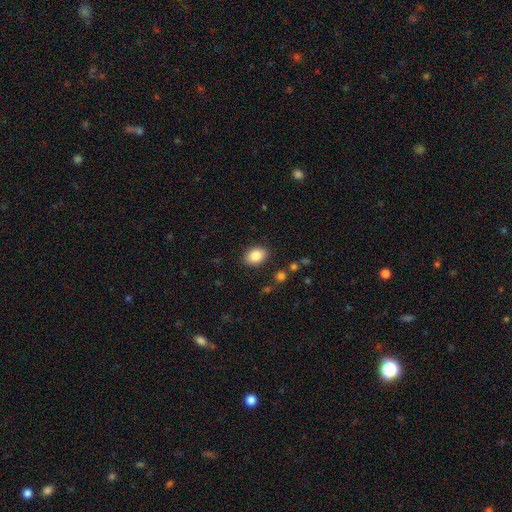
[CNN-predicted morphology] smooth_or_featured: smooth (p=0.86) [alt: star or artifact p=0.08]
how_rounded: in between (p=0.79) [alt: round p=0.20]
merging: none (p=0.87) [alt: minor disturbance p=0.09]